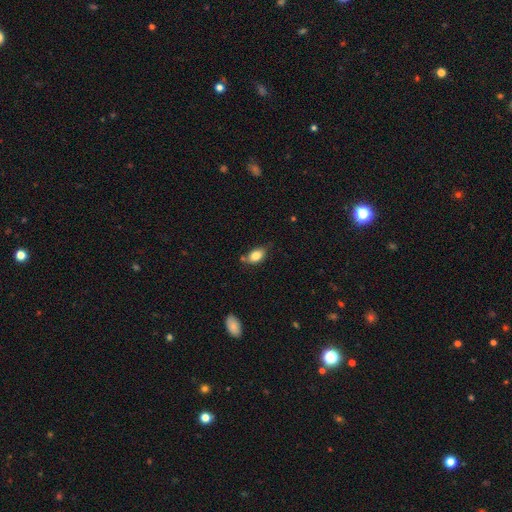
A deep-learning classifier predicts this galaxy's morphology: type=smooth (83%); roundness=in between (86%); merging=none (64%).